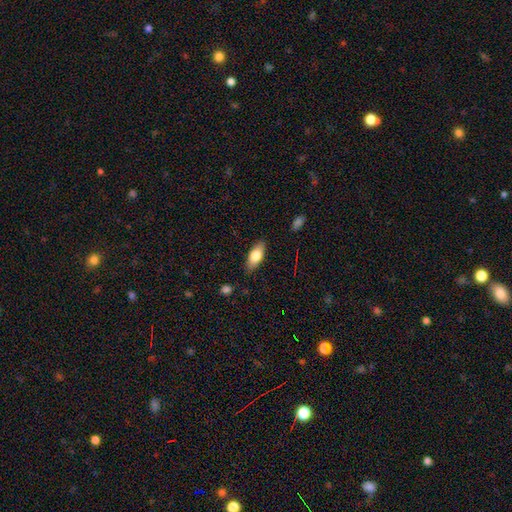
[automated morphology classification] This is likely a smooth galaxy (73%). How rounded: clearly in between (81%). Merging: clearly none (86%).